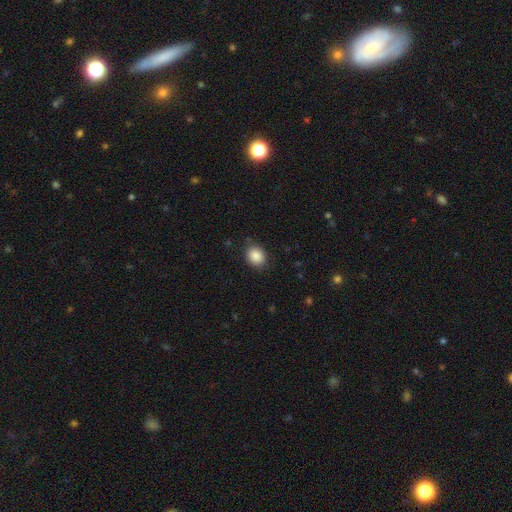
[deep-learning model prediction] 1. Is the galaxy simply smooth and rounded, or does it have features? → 87% smooth, 8% star or artifact, 4% featured or disk.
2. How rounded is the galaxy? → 64% round, 35% in between, 1% cigar-shaped.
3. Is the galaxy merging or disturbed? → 85% none, 11% minor disturbance, 3% major disturbance, 1% merger.